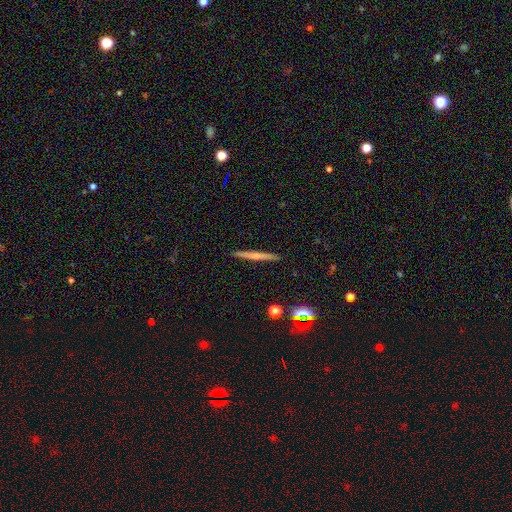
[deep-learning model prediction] A smooth galaxy with no disk features (52%) that is cigar-shaped (96%).

Vote fractions:
- Smooth or featured? smooth: 52% / featured or disk: 41% / star or artifact: 8%
- How rounded? cigar-shaped: 96% / in between: 2% / round: 2%
- Merging? none: 92% / minor disturbance: 6% / major disturbance: 1% / merger: 1%